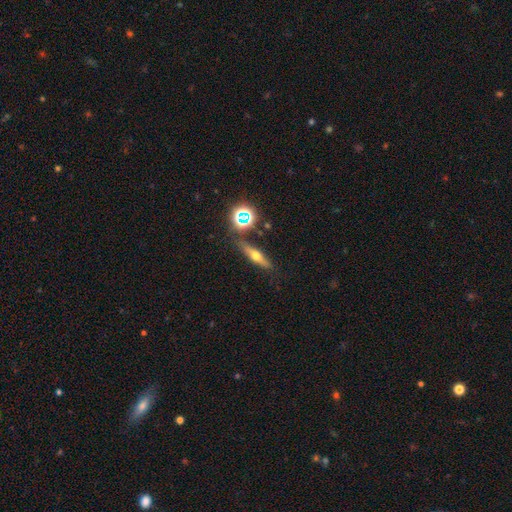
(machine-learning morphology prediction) The model was most divided on "smooth or featured": featured or disk: 50%, smooth: 37%, star or artifact: 12%. More confident: edge-on disk — yes (89%); merging — none (83%).